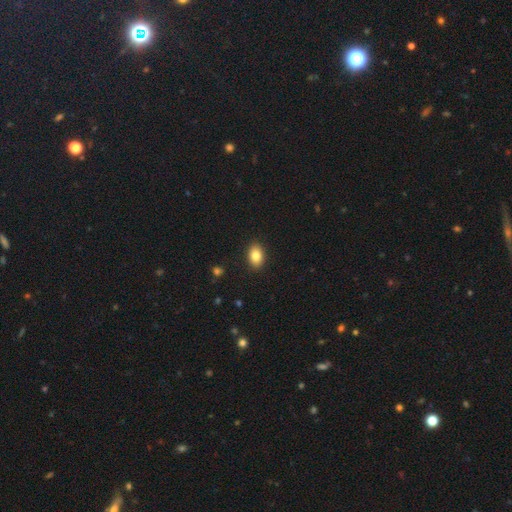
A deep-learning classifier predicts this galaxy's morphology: smooth-or-featured: smooth: 84% | star or artifact: 8% | featured or disk: 7%
  how-rounded: in between: 84% | round: 15% | cigar-shaped: 1%
  merging: none: 90% | minor disturbance: 7% | major disturbance: 2% | merger: 1%